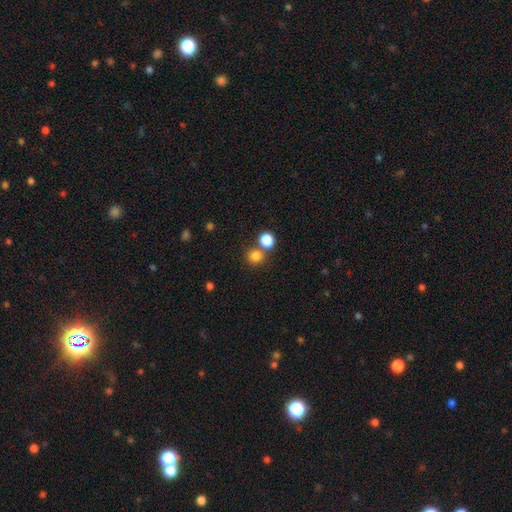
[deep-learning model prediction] Morphology: type=smooth (81%); roundness=round (90%); merging=none (67%).